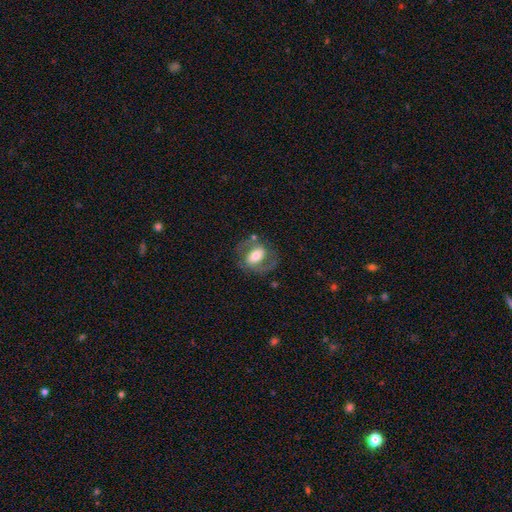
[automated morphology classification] Q: Smooth or featured?
A: featured or disk (62%); runner-up: smooth (31%)
Q: Edge-on disk?
A: no (95%); runner-up: yes (5%)
Q: Bar?
A: strong (36%); tied with: weak (36%)
Q: Spiral arms?
A: yes (74%); runner-up: no (26%)
Q: Bulge size?
A: moderate (54%); runner-up: large (27%)
Q: Merging?
A: none (67%); runner-up: minor disturbance (17%)